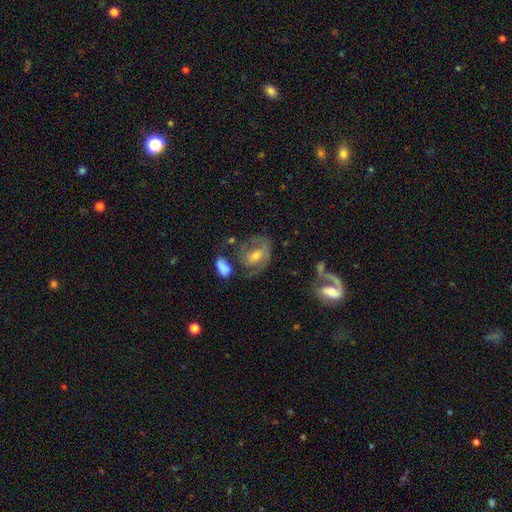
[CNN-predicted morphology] Q: Smooth or featured?
A: featured or disk (70%); runner-up: smooth (21%)
Q: Edge-on disk?
A: no (95%); runner-up: yes (5%)
Q: Bar?
A: no (45%); runner-up: weak (39%)
Q: Spiral arms?
A: yes (74%); runner-up: no (26%)
Q: Bulge size?
A: moderate (51%); runner-up: small (37%)
Q: Merging?
A: none (44%); runner-up: major disturbance (24%)